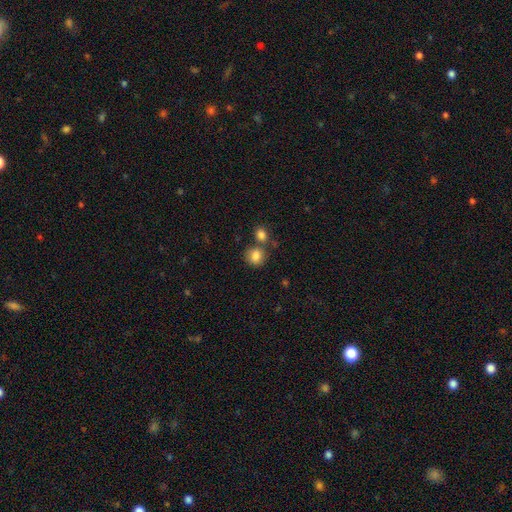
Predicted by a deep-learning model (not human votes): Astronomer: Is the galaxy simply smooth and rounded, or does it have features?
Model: smooth — 84%.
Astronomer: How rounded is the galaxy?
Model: round — 80%.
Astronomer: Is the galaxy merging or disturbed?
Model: none — 64%.